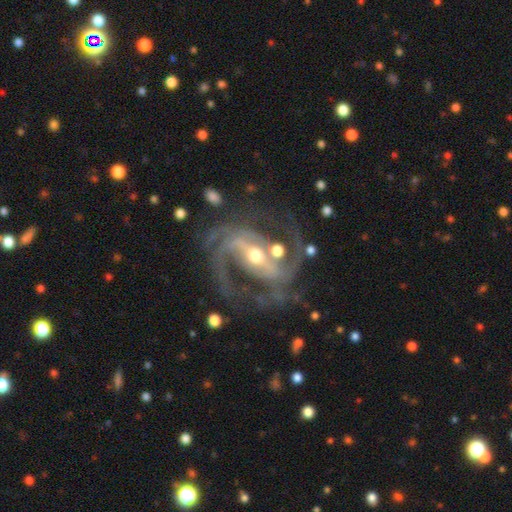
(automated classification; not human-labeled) Smooth or featured? Predicted: featured or disk (p=0.92). Edge-on disk? Predicted: no (p=0.97). Bar? Predicted: strong (p=0.63). Spiral arms? Predicted: yes (p=0.98). Spiral winding? Predicted: medium (p=0.57). Spiral arm count? Predicted: 2 (p=0.66). Bulge size? Predicted: moderate (p=0.58). Merging? Predicted: none (p=0.65).